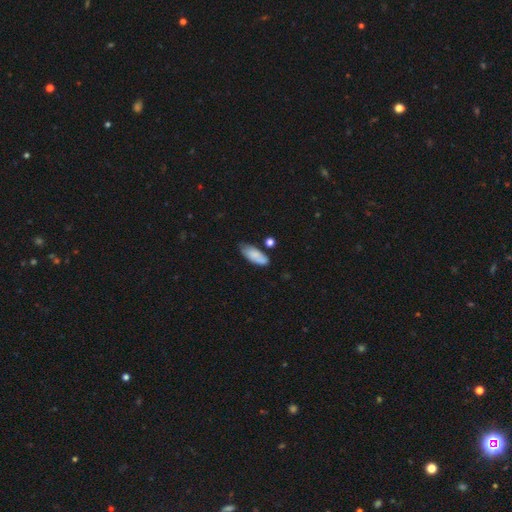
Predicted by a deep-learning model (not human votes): Smooth or featured?
  - smooth: 79% *
  - featured or disk: 14%
  - star or artifact: 7%
How rounded?
  - in between: 82% *
  - cigar-shaped: 16%
  - round: 2%
Merging?
  - none: 61% *
  - minor disturbance: 26%
  - merger: 8%
  - major disturbance: 5%